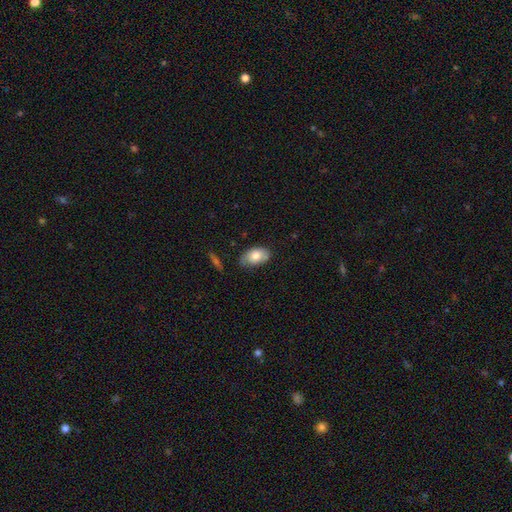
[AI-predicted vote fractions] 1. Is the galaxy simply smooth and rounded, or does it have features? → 76% smooth, 17% featured or disk, 7% star or artifact.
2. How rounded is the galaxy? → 91% in between, 7% round, 2% cigar-shaped.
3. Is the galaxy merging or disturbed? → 67% none, 26% minor disturbance, 5% major disturbance, 2% merger.